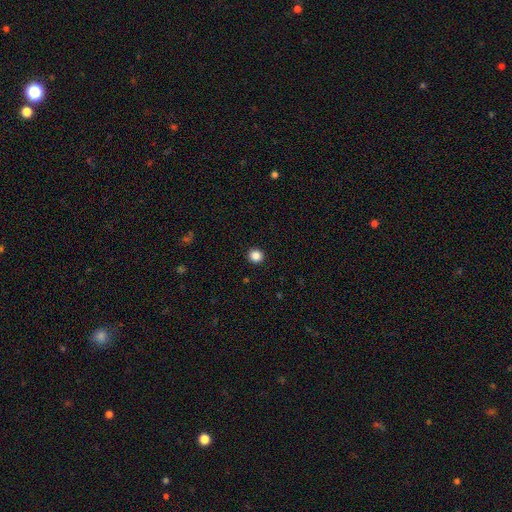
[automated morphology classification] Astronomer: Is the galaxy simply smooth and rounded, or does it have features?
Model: smooth — 86%.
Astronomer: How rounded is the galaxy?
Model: round — 91%.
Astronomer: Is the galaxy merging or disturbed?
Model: none — 93%.